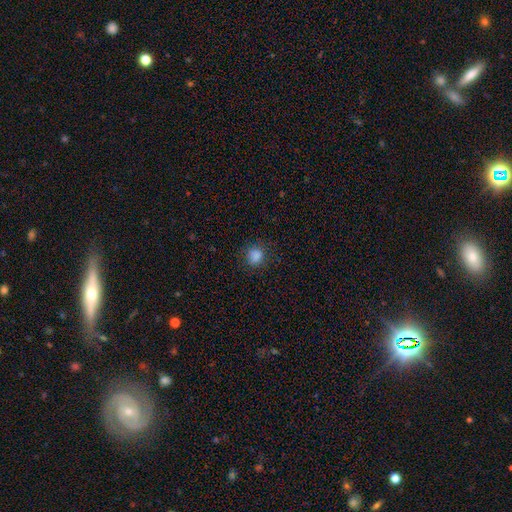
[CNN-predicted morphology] Overall: smooth (83%). How rounded: round (80%). Merging: none (81%).